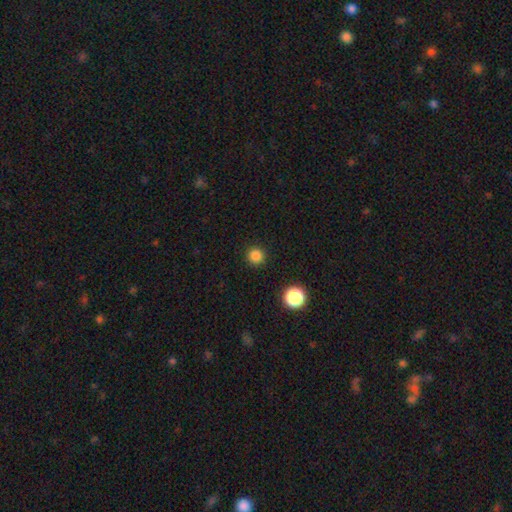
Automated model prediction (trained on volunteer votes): A smooth galaxy with no disk features (84%) that is round (96%).

Vote fractions:
- Smooth or featured? smooth: 84% / star or artifact: 13% / featured or disk: 3%
- How rounded? round: 96% / in between: 3% / cigar-shaped: 1%
- Merging? none: 92% / minor disturbance: 5% / major disturbance: 2% / merger: 1%